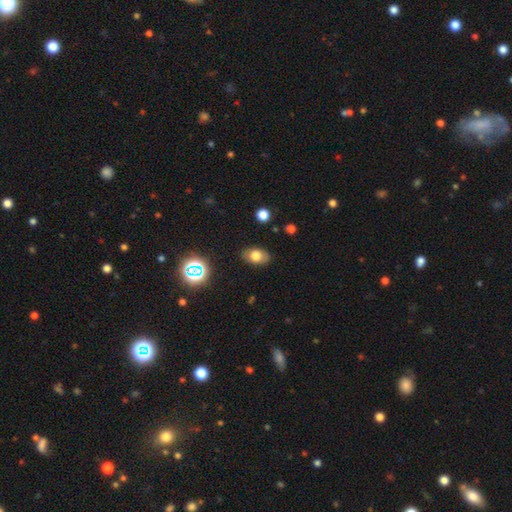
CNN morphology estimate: A smooth galaxy with no disk features (74%) that is in between round and cigar-shaped (84%). Merging: none (85%).